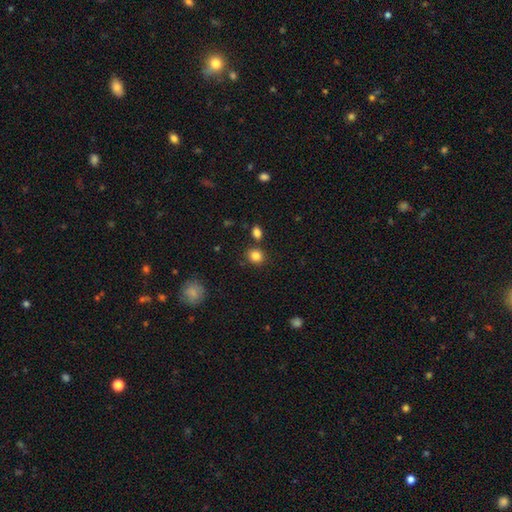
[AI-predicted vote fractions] Smooth or featured: smooth — 84% (star or artifact — 11%)
How rounded: round — 75% (in between — 24%)
Merging: none — 78% (minor disturbance — 10%)